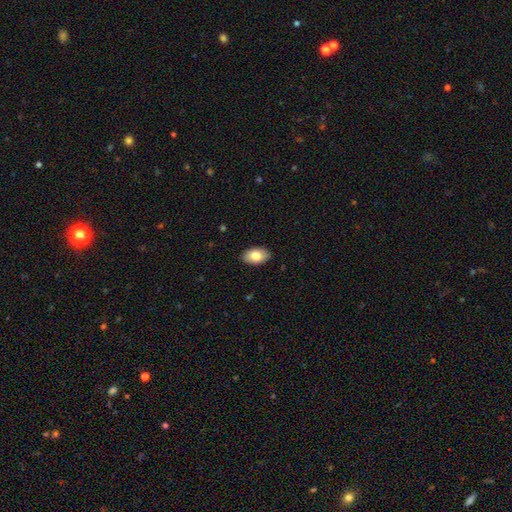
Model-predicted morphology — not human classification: smooth_or_featured: smooth (p=0.81) [alt: featured or disk p=0.13]
how_rounded: in between (p=0.93) [alt: round p=0.06]
merging: none (p=0.88) [alt: minor disturbance p=0.10]